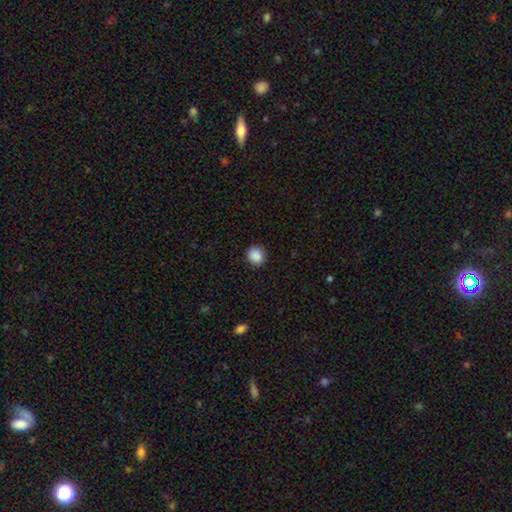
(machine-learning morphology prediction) Smooth or featured? smooth (89%)
How rounded? round (86%)
Merging? none (91%)